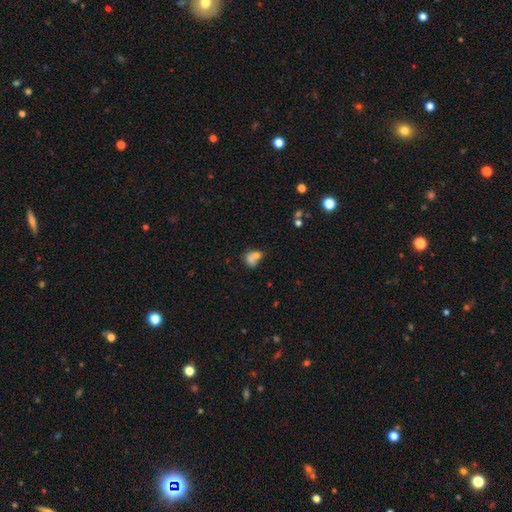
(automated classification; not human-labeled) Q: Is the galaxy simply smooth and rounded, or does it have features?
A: smooth — 71%.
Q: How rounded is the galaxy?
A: in between — 53%.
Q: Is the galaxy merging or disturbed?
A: merger — 55%.